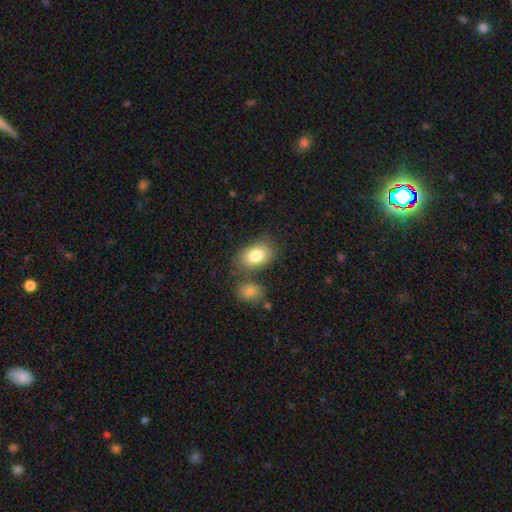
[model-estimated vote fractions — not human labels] Q: Smooth or featured?
A: smooth (82%); runner-up: featured or disk (11%)
Q: How rounded?
A: in between (86%); runner-up: round (13%)
Q: Merging?
A: none (69%); runner-up: merger (14%)